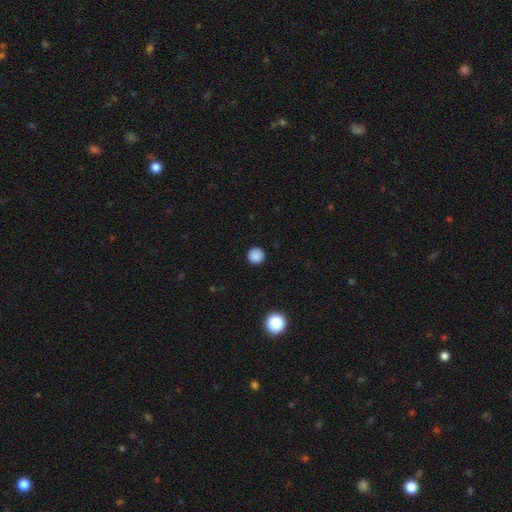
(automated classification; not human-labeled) The model was most divided on "smooth or featured": smooth: 87%, star or artifact: 10%, featured or disk: 3%. More confident: how rounded — round (96%); merging — none (93%).